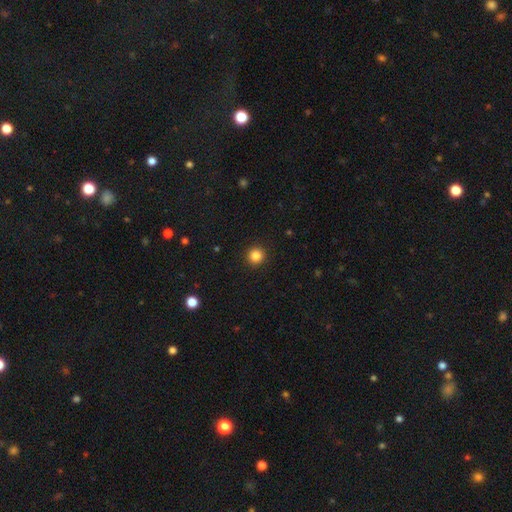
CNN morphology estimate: A smooth galaxy with no disk features (85%) that is round (95%). Merging: none (93%).